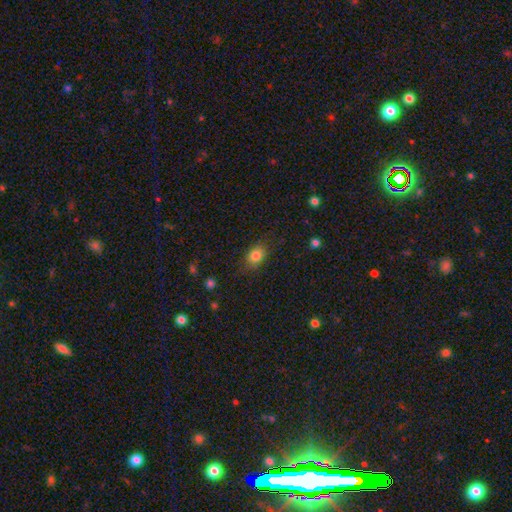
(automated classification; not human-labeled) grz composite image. It shows a smooth galaxy with no disk features (83%) that is in between round and cigar-shaped (69%). Merging: none (80%).